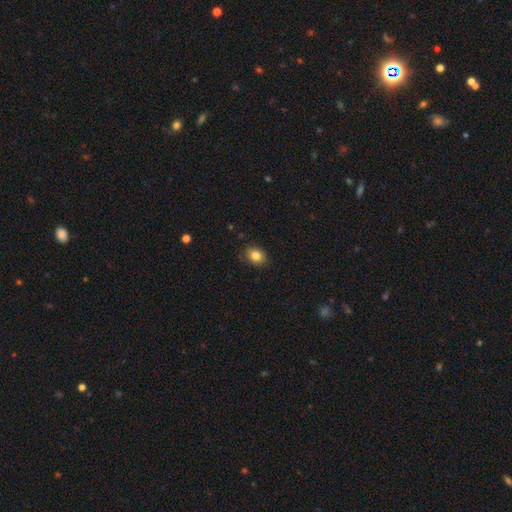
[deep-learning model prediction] This is clearly a smooth galaxy (83%). How rounded: likely in between (60%). Merging: clearly none (84%).